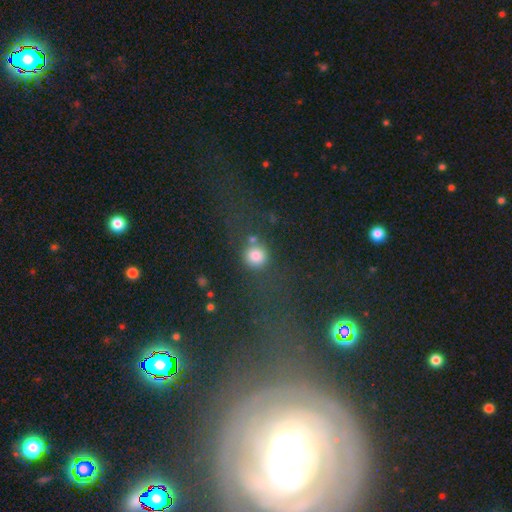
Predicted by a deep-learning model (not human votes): A smooth galaxy with no disk features (78%) that is round (83%). Merging: none (63%).